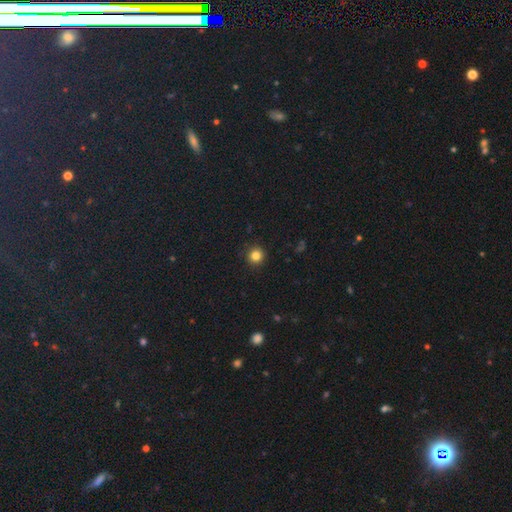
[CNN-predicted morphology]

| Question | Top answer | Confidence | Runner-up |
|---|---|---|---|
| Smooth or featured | smooth | 83% | star or artifact (12%) |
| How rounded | round | 95% | in between (4%) |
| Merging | none | 92% | minor disturbance (5%) |